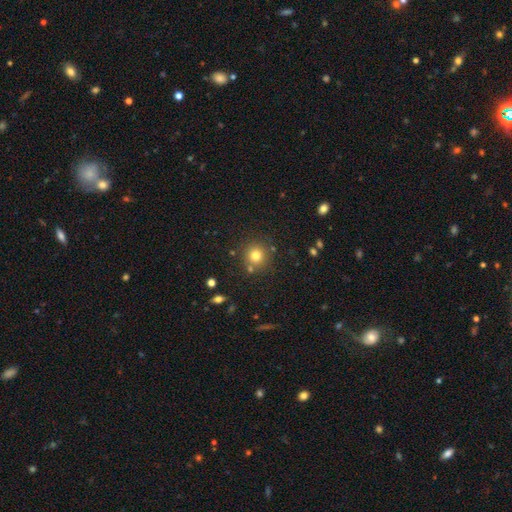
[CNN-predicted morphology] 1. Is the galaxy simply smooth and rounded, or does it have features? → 78% smooth, 14% star or artifact, 8% featured or disk.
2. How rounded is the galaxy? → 92% round, 7% in between, 1% cigar-shaped.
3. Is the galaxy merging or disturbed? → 82% none, 8% minor disturbance, 7% merger, 3% major disturbance.